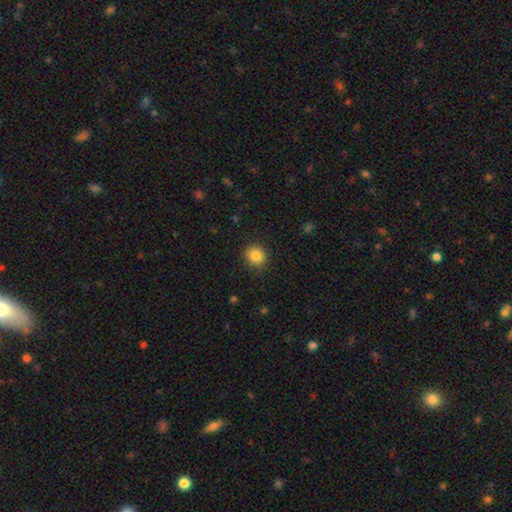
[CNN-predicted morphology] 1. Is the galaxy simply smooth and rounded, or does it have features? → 85% smooth, 10% star or artifact, 5% featured or disk.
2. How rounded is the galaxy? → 88% round, 11% in between, 1% cigar-shaped.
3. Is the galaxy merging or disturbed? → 89% none, 8% minor disturbance, 2% major disturbance, 1% merger.